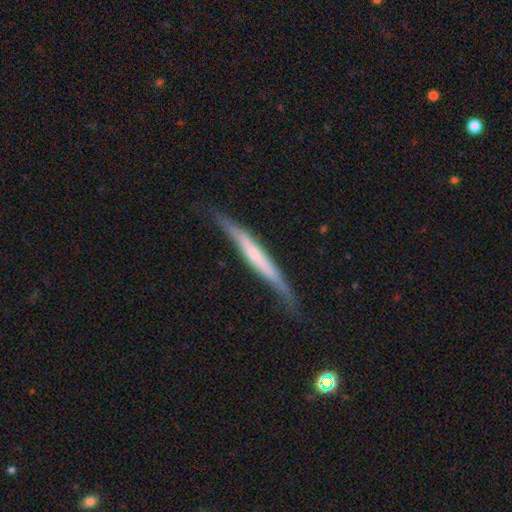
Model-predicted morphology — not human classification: smooth-or-featured: featured or disk: 59% | smooth: 36% | star or artifact: 5%
  disk-edge-on: yes: 93% | no: 7%
    edge-on-bulge: none: 62% | rounded: 25% | boxy: 13%
  merging: none: 72% | minor disturbance: 22% | major disturbance: 5% | merger: 2%